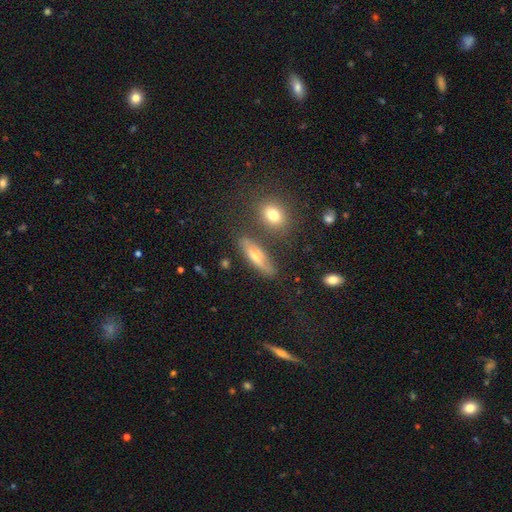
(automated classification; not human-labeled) Smooth or featured: featured or disk — 46% (smooth — 42%)
Merging: none — 72% (minor disturbance — 16%)